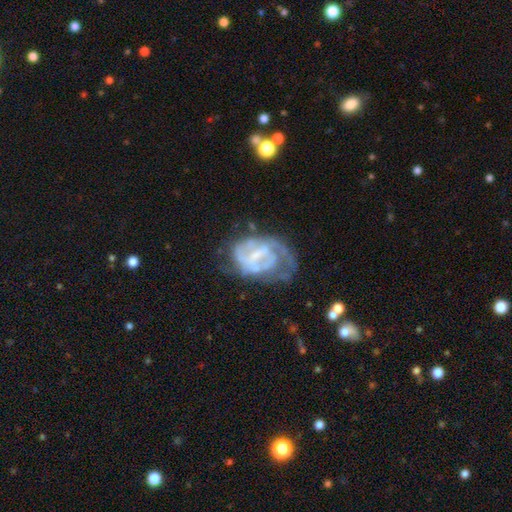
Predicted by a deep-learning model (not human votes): Smooth or featured: featured or disk — 77% (smooth — 16%)
Edge-on disk: no — 98% (yes — 2%)
Bar: weak — 49% (no — 34%)
Spiral arms: yes — 75% (no — 25%)
Spiral winding: tight — 45% (medium — 38%)
Spiral arm count: can't tell — 40% (2 — 33%)
Bulge size: small — 47% (none — 29%)
Merging: none — 39% (major disturbance — 30%)